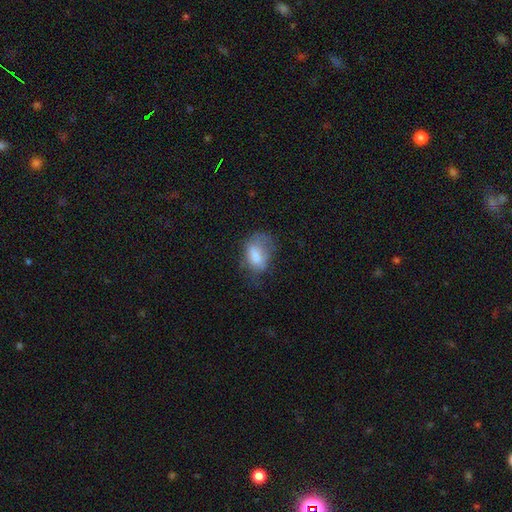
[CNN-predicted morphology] Smooth or featured? Predicted: smooth (p=0.69). How rounded? Predicted: in between (p=0.83). Merging? Predicted: none (p=0.37).